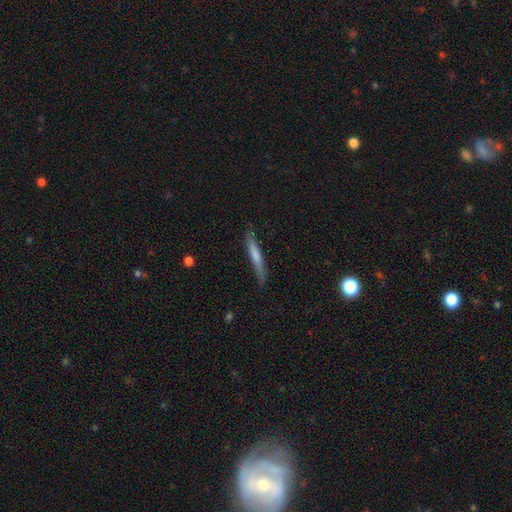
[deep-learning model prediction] Smooth or featured? smooth (64%)
How rounded? cigar-shaped (94%)
Merging? none (78%)